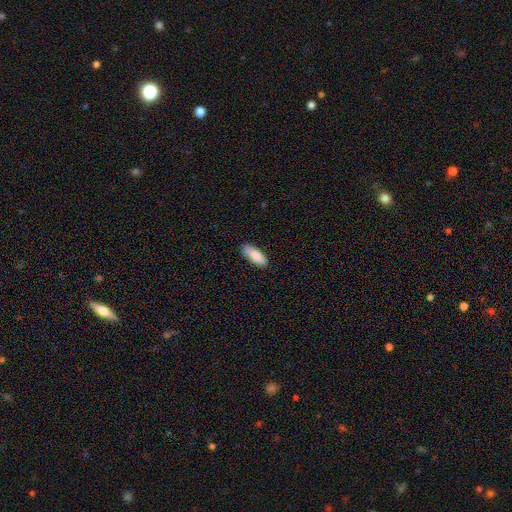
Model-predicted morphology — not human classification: smooth_or_featured: smooth (p=0.88) [alt: featured or disk p=0.07]
how_rounded: in between (p=0.70) [alt: cigar-shaped p=0.28]
merging: none (p=0.87) [alt: minor disturbance p=0.11]